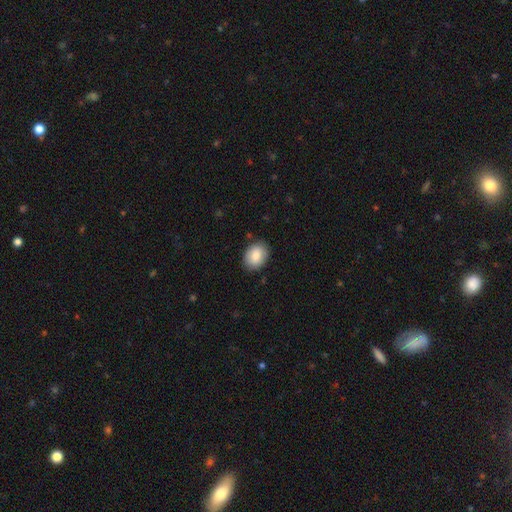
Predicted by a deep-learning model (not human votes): Q: Smooth or featured?
A: smooth (81%); runner-up: featured or disk (12%)
Q: How rounded?
A: in between (66%); runner-up: round (33%)
Q: Merging?
A: none (86%); runner-up: minor disturbance (11%)